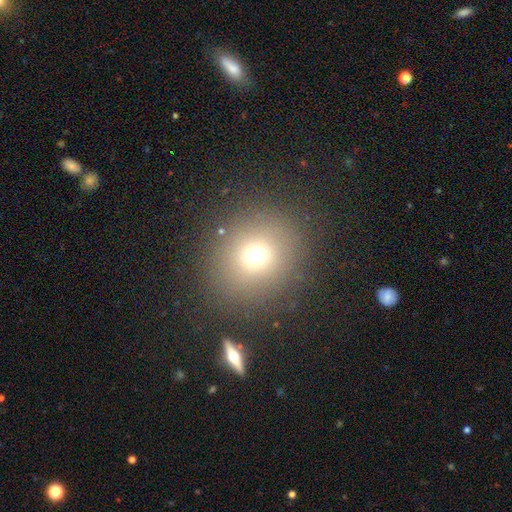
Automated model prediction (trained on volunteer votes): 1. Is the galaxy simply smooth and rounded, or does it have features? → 69% smooth, 19% star or artifact, 12% featured or disk.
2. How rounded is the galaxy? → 83% round, 16% in between, 1% cigar-shaped.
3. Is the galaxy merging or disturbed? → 83% none, 8% minor disturbance, 4% major disturbance, 4% merger.